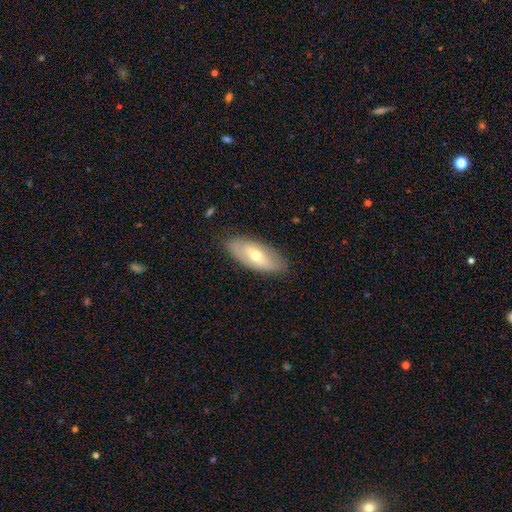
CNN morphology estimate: smooth 49%, featured or disk 45%, star or artifact 6%. Down the decision tree: merging — none (83%).